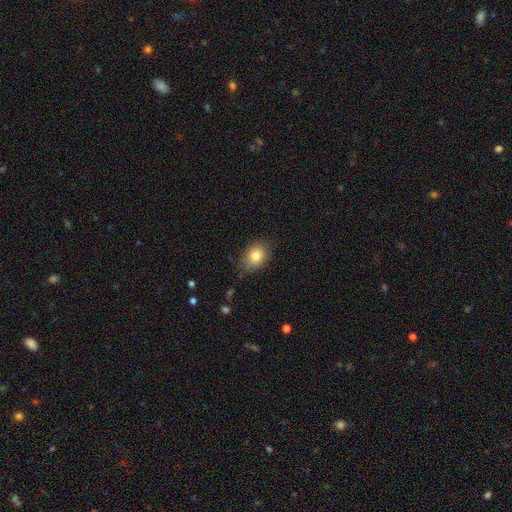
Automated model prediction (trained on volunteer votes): smooth 81%, featured or disk 10%, star or artifact 9%. Down the decision tree: how rounded — in between (64%); merging — none (77%).